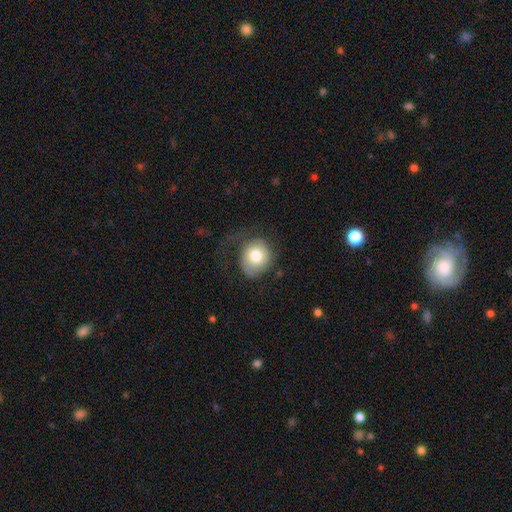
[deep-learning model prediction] A smooth galaxy with no disk features (73%) that is round (73%). Merging: none (47%).